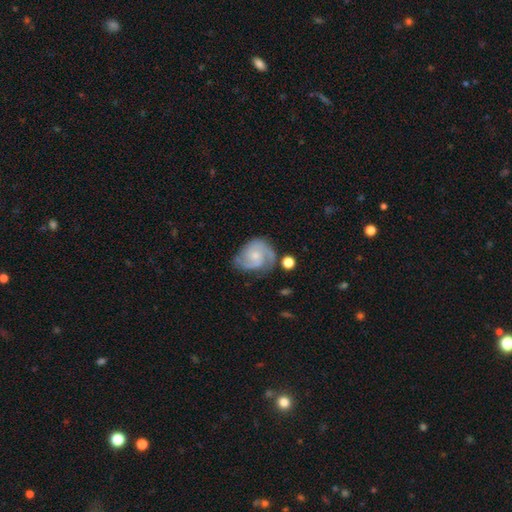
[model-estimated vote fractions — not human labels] Overall: featured or disk (81%). Edge-on disk: no (98%). Bar: no (68%; weak 28%). Spiral arms: yes (95%). Spiral arm count: 2 (66%). Spiral winding: tight (45%; medium 43%). Bulge size: small (56%; moderate 33%). Merging: none (62%; minor disturbance 24%).